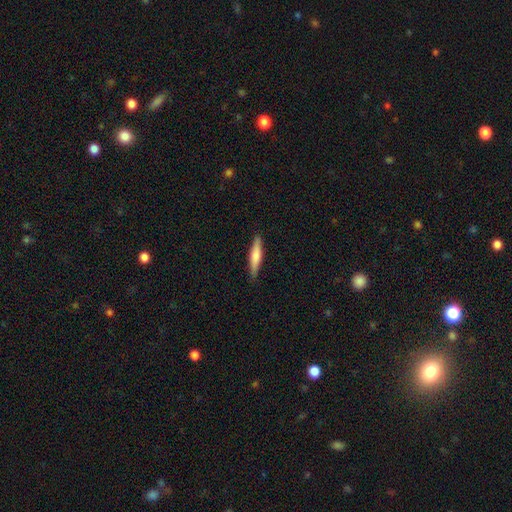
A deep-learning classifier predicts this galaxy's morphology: smooth-or-featured: smooth: 62% | featured or disk: 33% | star or artifact: 5%
  how-rounded: cigar-shaped: 86% | in between: 12% | round: 1%
  merging: none: 89% | minor disturbance: 9% | major disturbance: 2% | merger: 1%